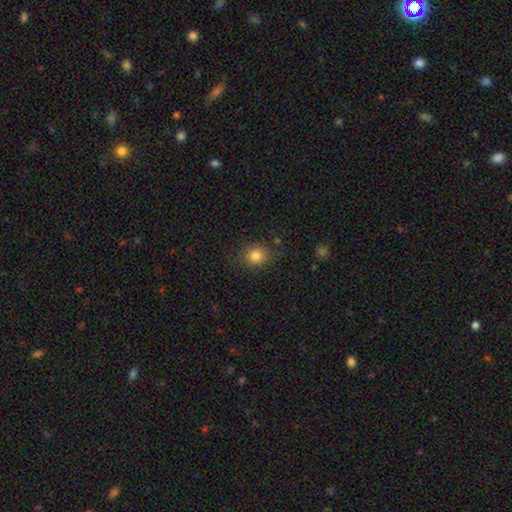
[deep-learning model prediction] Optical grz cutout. It shows a smooth galaxy with no disk features (81%) that is round (75%). Merging: none (81%).